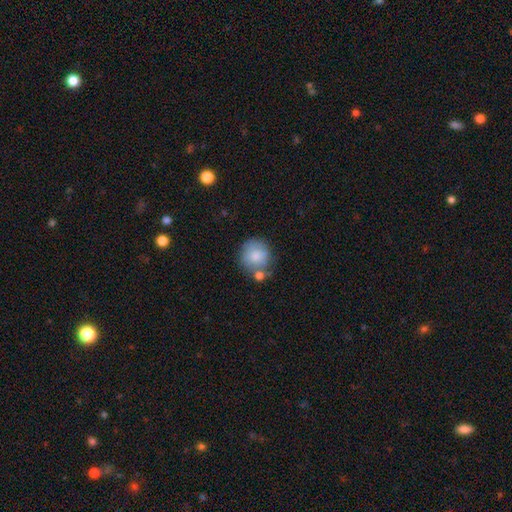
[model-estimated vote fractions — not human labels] Smooth or featured? smooth (80%)
How rounded? round (88%)
Merging? none (58%)